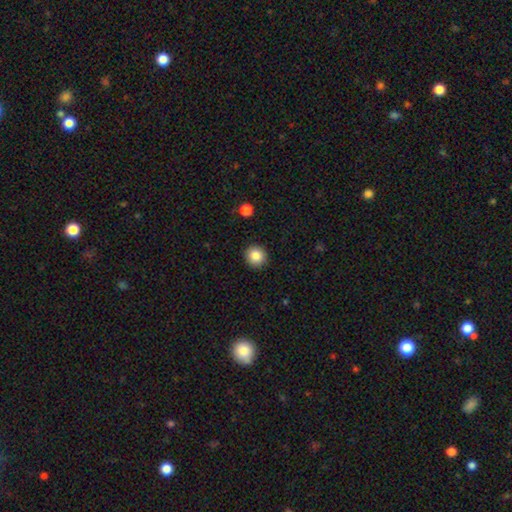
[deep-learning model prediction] smooth-or-featured: smooth: 85% | star or artifact: 10% | featured or disk: 6%
  how-rounded: round: 93% | in between: 6% | cigar-shaped: 1%
  merging: none: 92% | minor disturbance: 5% | major disturbance: 2% | merger: 1%